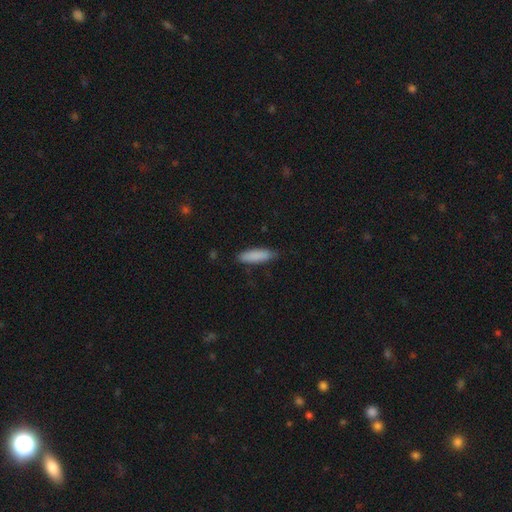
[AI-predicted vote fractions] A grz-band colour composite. It shows a smooth galaxy with no disk features (87%) that is cigar-shaped (59%). Merging: none (81%).